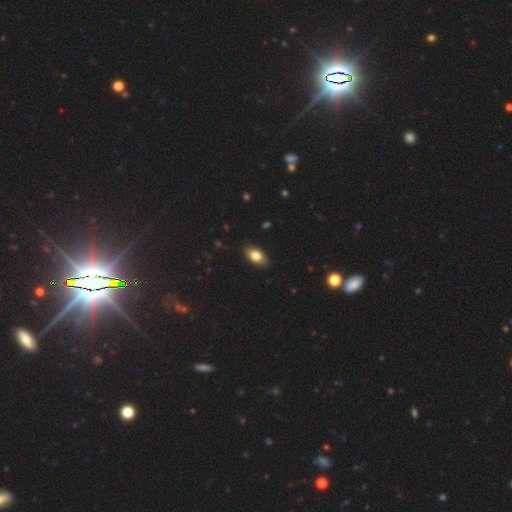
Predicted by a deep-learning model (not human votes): Smooth or featured?
  - smooth: 80% *
  - featured or disk: 12%
  - star or artifact: 8%
How rounded?
  - in between: 89% *
  - round: 7%
  - cigar-shaped: 5%
Merging?
  - none: 86% *
  - minor disturbance: 11%
  - major disturbance: 2%
  - merger: 1%